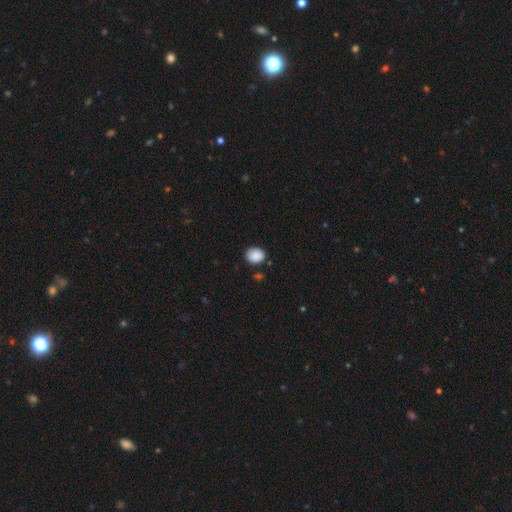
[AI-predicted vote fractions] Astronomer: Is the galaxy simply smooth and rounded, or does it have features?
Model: smooth — 88%.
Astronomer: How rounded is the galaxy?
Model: round — 64%.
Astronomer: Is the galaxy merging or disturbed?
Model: none — 82%.